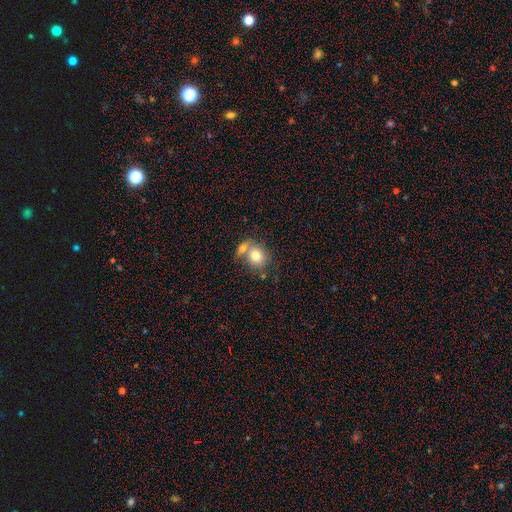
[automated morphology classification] Smooth or featured: smooth — 76% (featured or disk — 16%)
How rounded: round — 61% (in between — 38%)
Merging: merger — 44% (none — 40%)